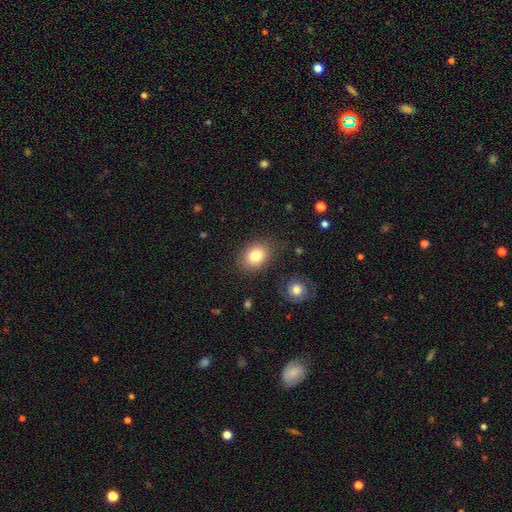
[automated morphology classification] Smooth or featured? Predicted: smooth (p=0.81). How rounded? Predicted: in between (p=0.58). Merging? Predicted: none (p=0.80).